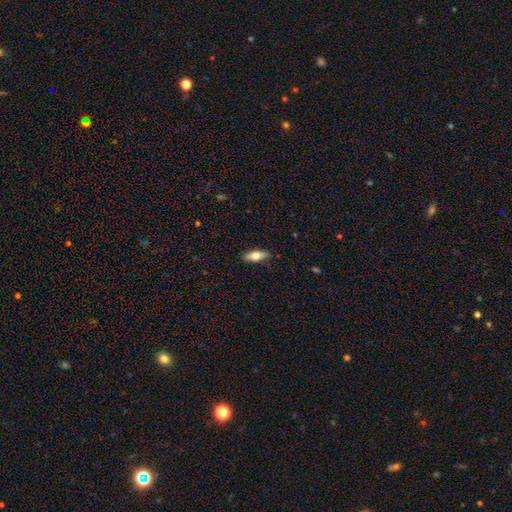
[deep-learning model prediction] smooth_or_featured: smooth (p=0.67) [alt: featured or disk p=0.27]
how_rounded: in between (p=0.67) [alt: cigar-shaped p=0.30]
merging: none (p=0.87) [alt: minor disturbance p=0.10]